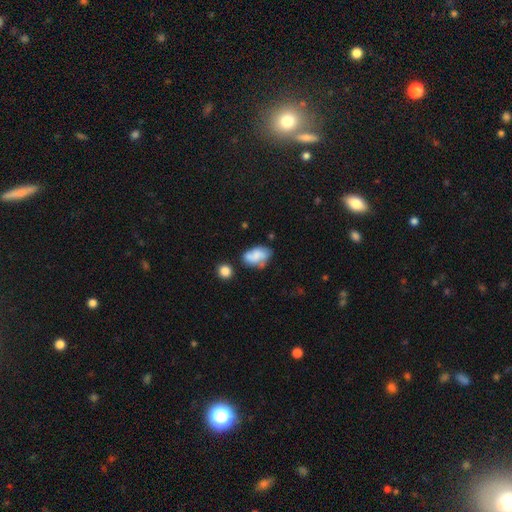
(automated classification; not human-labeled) smooth 61%, featured or disk 30%, star or artifact 9%. Down the decision tree: how rounded — in between (87%); merging — none (46%).